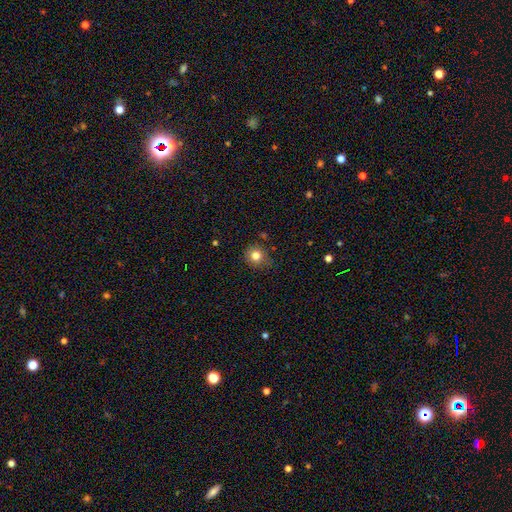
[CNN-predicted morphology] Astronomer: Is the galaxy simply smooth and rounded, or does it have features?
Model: smooth — 81%.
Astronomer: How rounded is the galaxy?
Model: round — 86%.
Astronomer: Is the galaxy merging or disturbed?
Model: none — 76%.